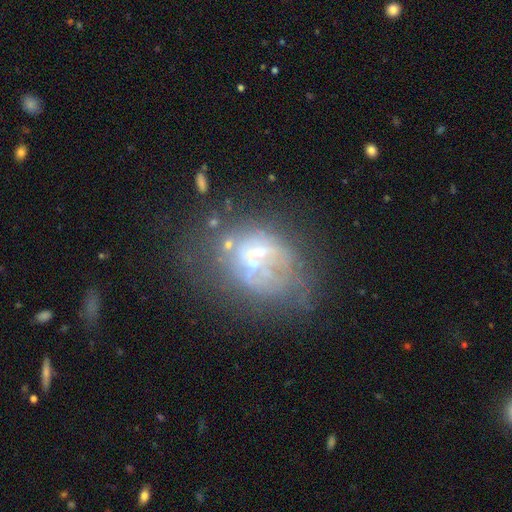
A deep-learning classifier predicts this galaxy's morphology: This is possibly a featured or disk galaxy (57%). It is clearly not viewed edge-on (96%). Bar: clearly no (80%). Spiral arm pattern: clearly no (86%). Central bulge: marginally none (40%). Merging: marginally none (33%).